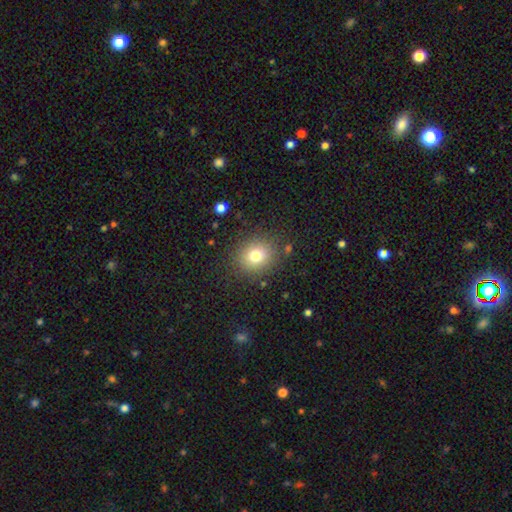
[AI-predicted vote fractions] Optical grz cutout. It shows a smooth galaxy with no disk features (76%) that is round (76%). Merging: none (86%).